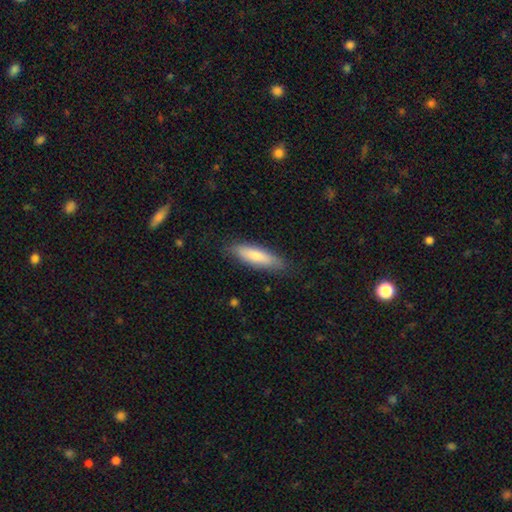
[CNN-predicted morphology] smooth_or_featured: smooth (p=0.77) [alt: featured or disk p=0.17]
how_rounded: cigar-shaped (p=0.60) [alt: in between p=0.38]
merging: none (p=0.81) [alt: minor disturbance p=0.14]